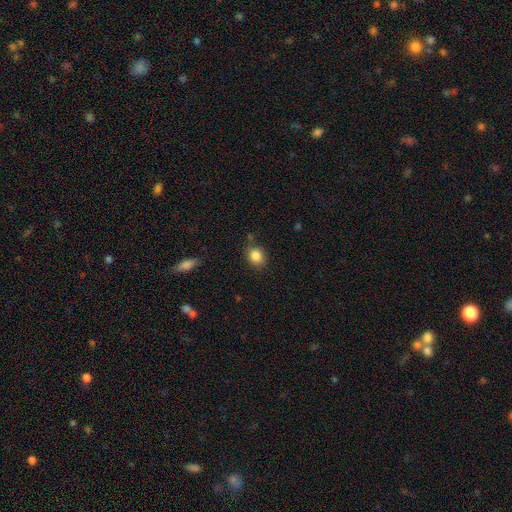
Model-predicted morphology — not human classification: A smooth galaxy with no disk features (86%) that is round (64%).

Vote fractions:
- Smooth or featured? smooth: 86% / star or artifact: 10% / featured or disk: 5%
- How rounded? round: 64% / in between: 35% / cigar-shaped: 1%
- Merging? none: 79% / minor disturbance: 14% / merger: 3% / major disturbance: 3%